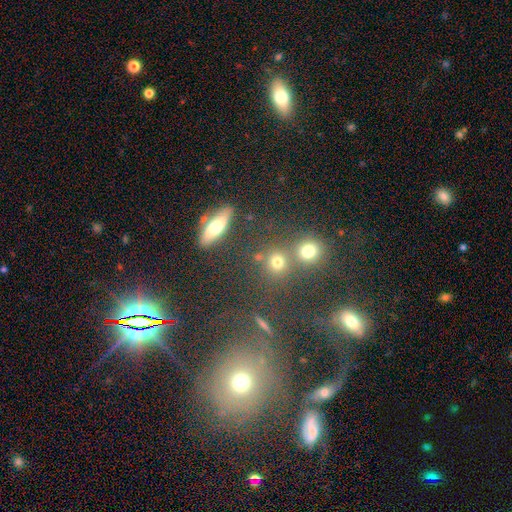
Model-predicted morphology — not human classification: Smooth or featured? Predicted: smooth (p=0.40). Merging? Predicted: none (p=0.70).